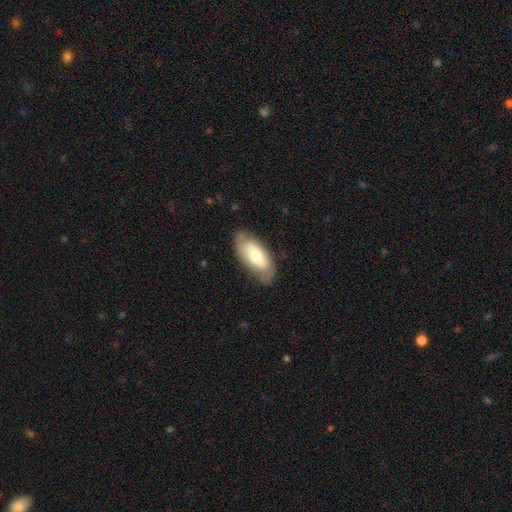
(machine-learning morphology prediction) This appears to be a smooth galaxy with no disk features (55%) that is in between round and cigar-shaped (86%). Merging: none (78%).